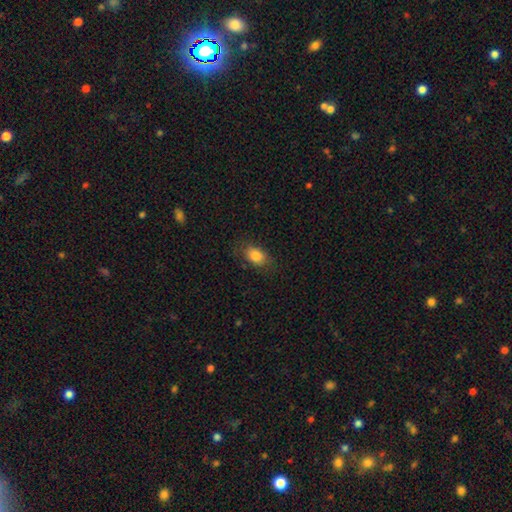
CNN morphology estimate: smooth_or_featured: smooth (p=0.83) [alt: star or artifact p=0.09]
how_rounded: in between (p=0.81) [alt: round p=0.16]
merging: none (p=0.78) [alt: minor disturbance p=0.16]